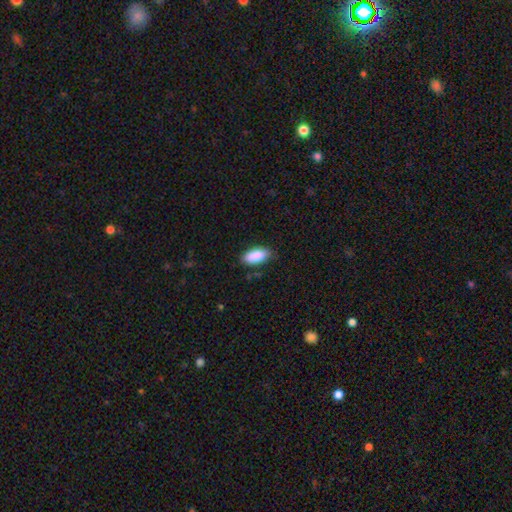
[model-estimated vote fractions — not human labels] Overall: smooth (88%). How rounded: in between (91%). Merging: none (80%).